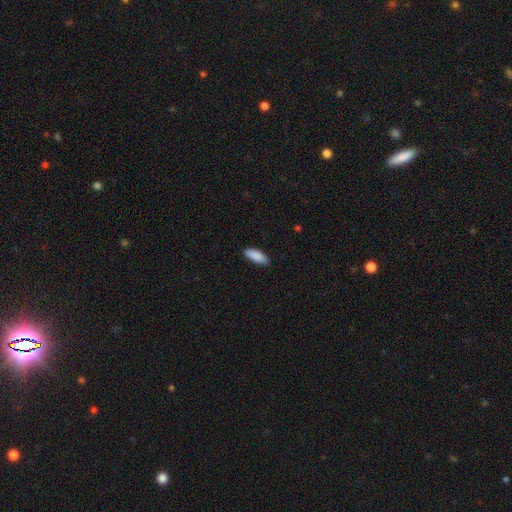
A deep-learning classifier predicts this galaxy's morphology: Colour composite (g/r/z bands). It shows a smooth galaxy with no disk features (89%) that is in between round and cigar-shaped (73%). Merging: none (84%).